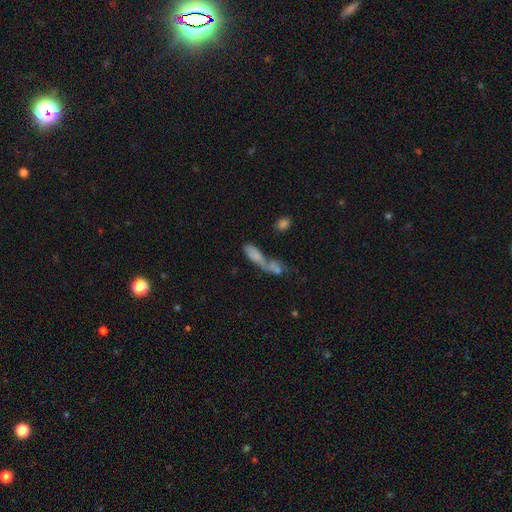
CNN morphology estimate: Smooth or featured? Predicted: smooth (p=0.67). How rounded? Predicted: in between (p=0.57). Merging? Predicted: merger (p=0.69).